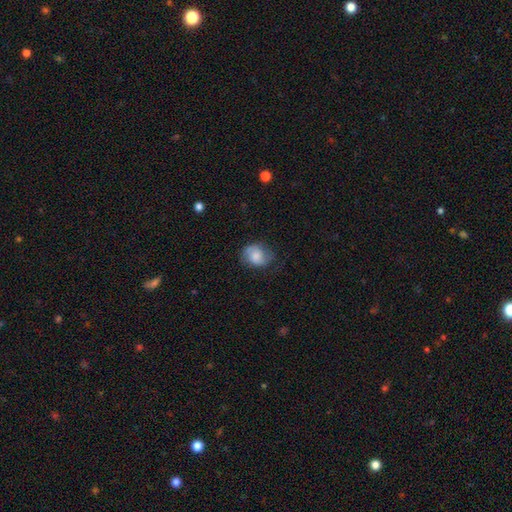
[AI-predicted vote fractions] Morphology: type=smooth (62%); roundness=round (54%); merging=none (62%).